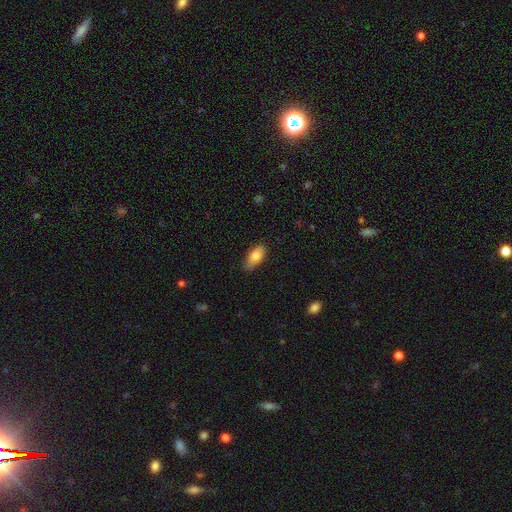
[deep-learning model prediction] This is likely a smooth galaxy (79%). How rounded: clearly in between (86%). Merging: likely none (75%).